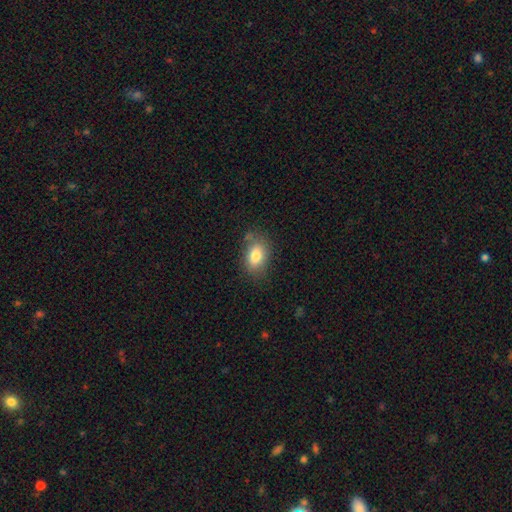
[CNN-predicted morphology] Smooth or featured? smooth (80%)
How rounded? in between (84%)
Merging? none (74%)